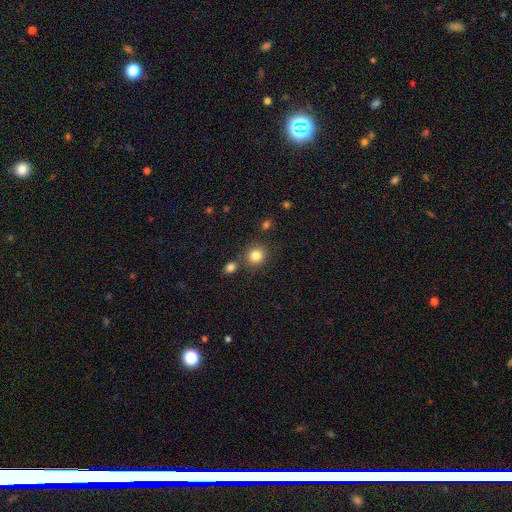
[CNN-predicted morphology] type=smooth (84%); roundness=round (88%); merging=none (79%).